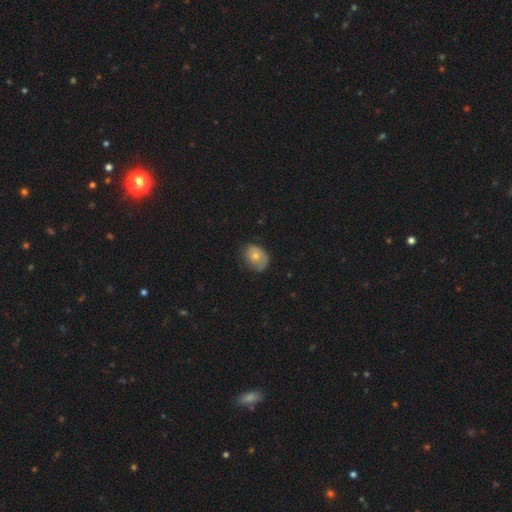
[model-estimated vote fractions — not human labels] Morphology: type=smooth (57%); roundness=in between (57%); merging=none (58%).